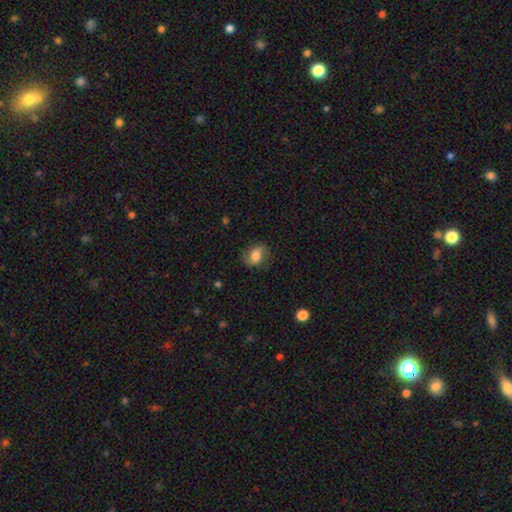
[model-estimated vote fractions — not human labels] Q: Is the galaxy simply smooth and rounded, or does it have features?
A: smooth — 68%.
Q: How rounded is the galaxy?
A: in between — 64%.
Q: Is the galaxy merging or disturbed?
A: none — 74%.